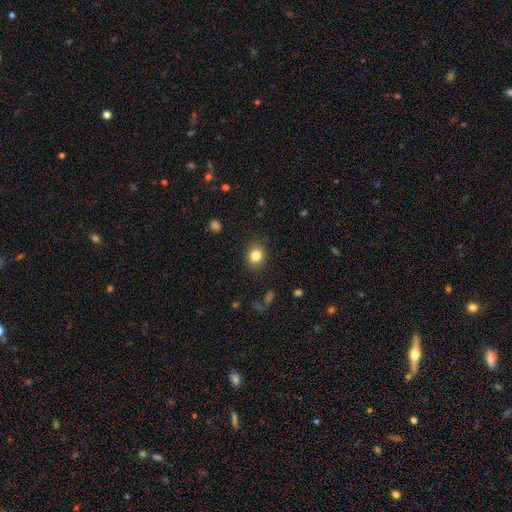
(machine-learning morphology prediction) Smooth or featured: smooth — 83% (star or artifact — 11%)
How rounded: round — 67% (in between — 32%)
Merging: none — 87% (minor disturbance — 9%)